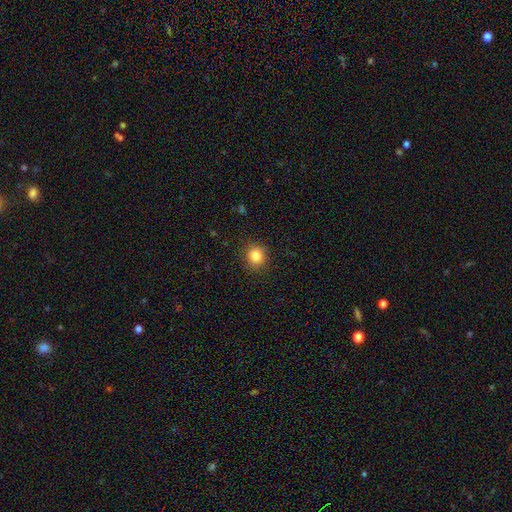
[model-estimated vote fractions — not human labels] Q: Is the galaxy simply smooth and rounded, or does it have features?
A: smooth — 83%.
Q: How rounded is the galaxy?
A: round — 84%.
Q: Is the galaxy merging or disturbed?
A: none — 89%.